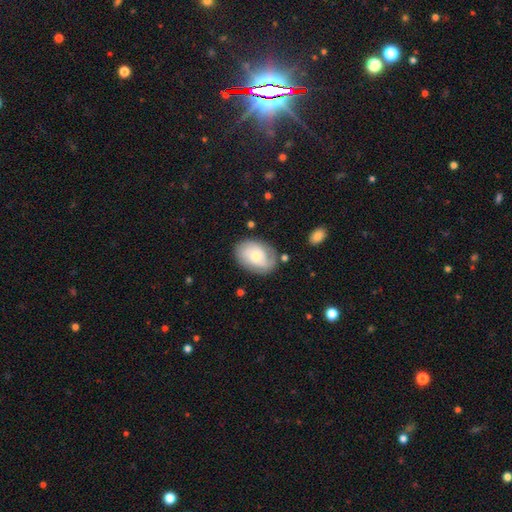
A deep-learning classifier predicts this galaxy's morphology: This appears to be a featured or disk galaxy (53%) with no bar (70%), spiral arms (80%) and a small central bulge (51%). Merging: none (72%).